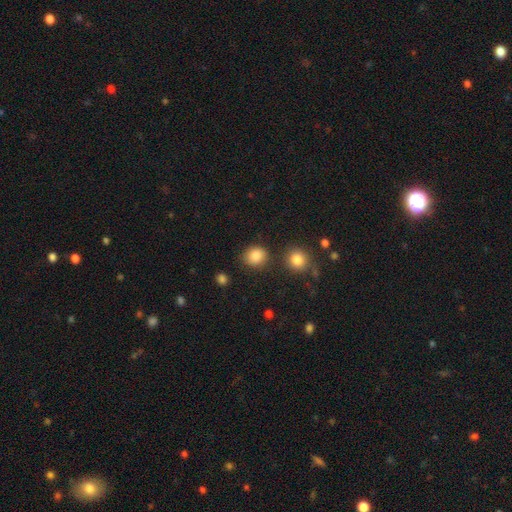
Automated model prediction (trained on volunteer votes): Morphology: type=smooth (86%); roundness=round (78%); merging=none (82%).